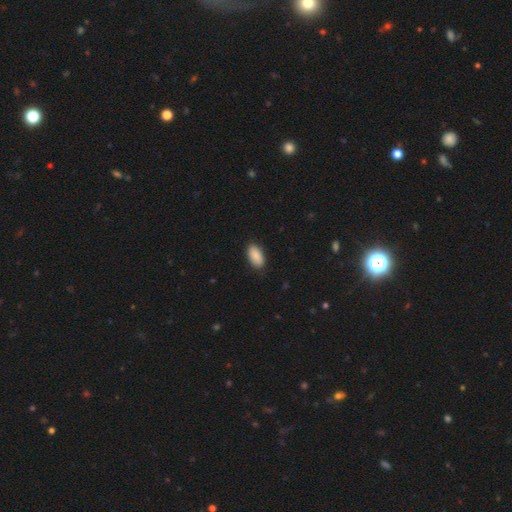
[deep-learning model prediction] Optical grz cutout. It shows a smooth galaxy with no disk features (90%) that is in between round and cigar-shaped (95%). Merging: none (88%).